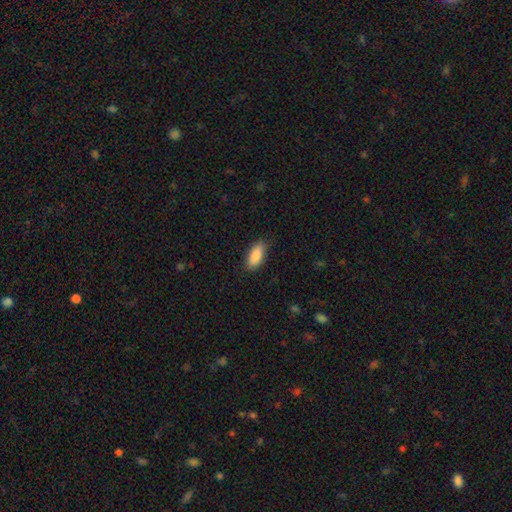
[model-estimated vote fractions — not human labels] Smooth or featured: smooth — 88% (star or artifact — 6%)
How rounded: in between — 81% (cigar-shaped — 17%)
Merging: none — 86% (minor disturbance — 11%)